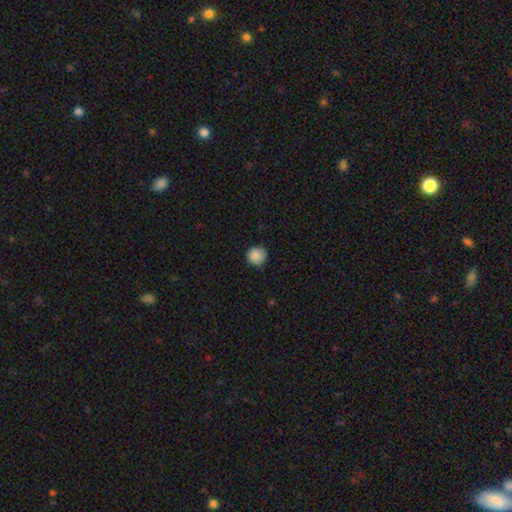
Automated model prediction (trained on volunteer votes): Smooth or featured? Predicted: smooth (p=0.87). How rounded? Predicted: round (p=0.93). Merging? Predicted: none (p=0.84).